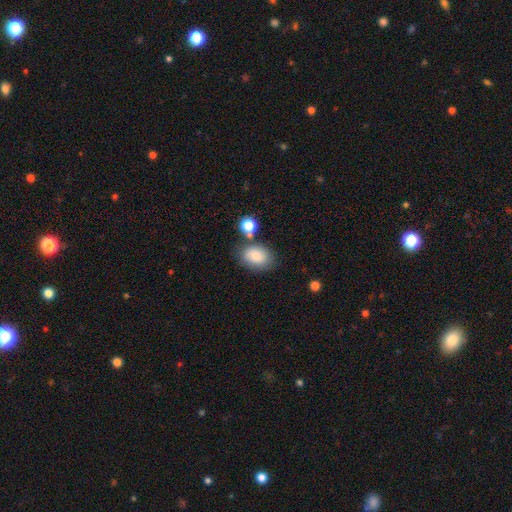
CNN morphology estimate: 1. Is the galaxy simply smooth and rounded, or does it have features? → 83% smooth, 8% star or artifact, 8% featured or disk.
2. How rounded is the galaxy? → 80% in between, 19% round, 1% cigar-shaped.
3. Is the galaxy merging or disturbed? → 67% none, 16% minor disturbance, 12% merger, 5% major disturbance.